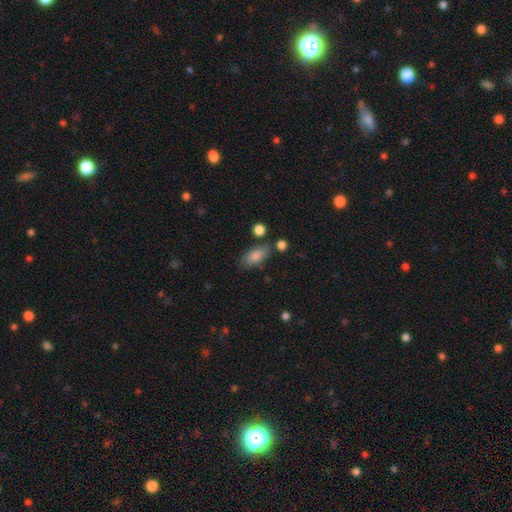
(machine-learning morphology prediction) The model was most divided on "merging": none: 71%, minor disturbance: 17%, merger: 7%, major disturbance: 5%. More confident: how rounded — in between (88%); smooth or featured — smooth (84%).